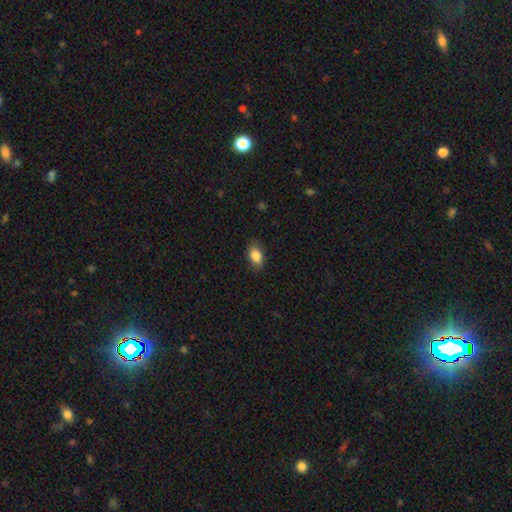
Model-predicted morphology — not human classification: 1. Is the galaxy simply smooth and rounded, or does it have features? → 85% smooth, 8% star or artifact, 6% featured or disk.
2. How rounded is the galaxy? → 83% in between, 16% round, 2% cigar-shaped.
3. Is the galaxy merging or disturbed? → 84% none, 12% minor disturbance, 3% major disturbance, 1% merger.